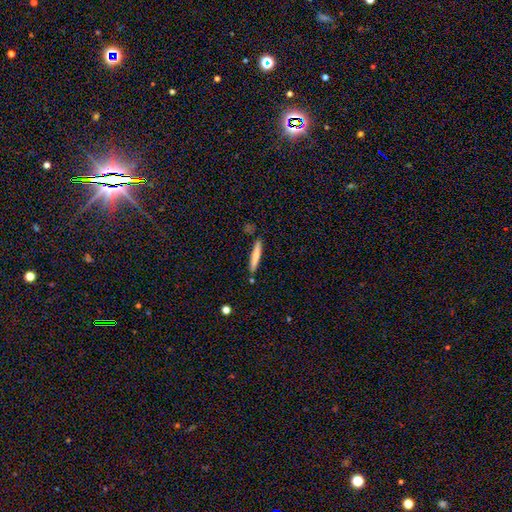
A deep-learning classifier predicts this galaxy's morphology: The model was most divided on "smooth or featured": smooth: 73%, featured or disk: 21%, star or artifact: 6%. More confident: how rounded — cigar-shaped (93%); merging — none (85%).